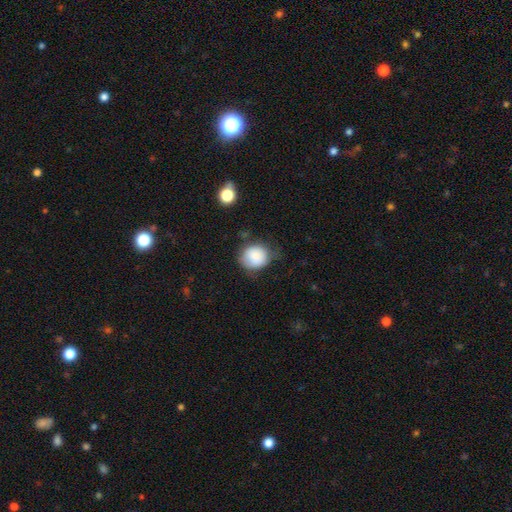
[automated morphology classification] This appears to be a smooth galaxy with no disk features (83%) that is round (81%). Merging: none (61%).